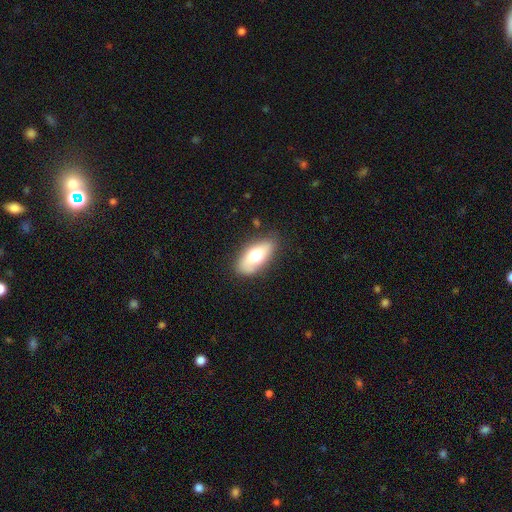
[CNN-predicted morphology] type=smooth (66%); roundness=in between (86%); merging=none (79%).